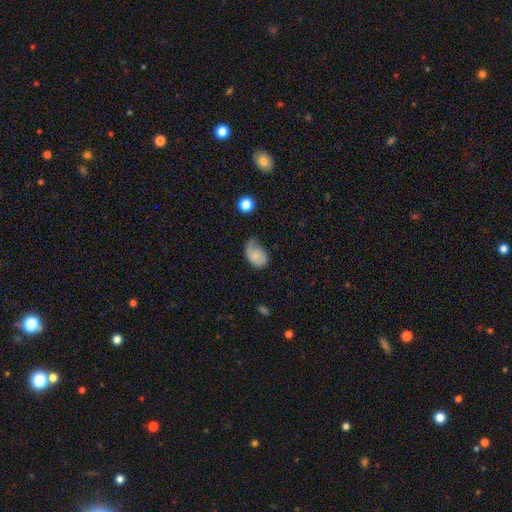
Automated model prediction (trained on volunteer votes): Q: Smooth or featured?
A: smooth (75%); runner-up: featured or disk (17%)
Q: How rounded?
A: in between (84%); runner-up: round (15%)
Q: Merging?
A: minor disturbance (41%); runner-up: none (37%)